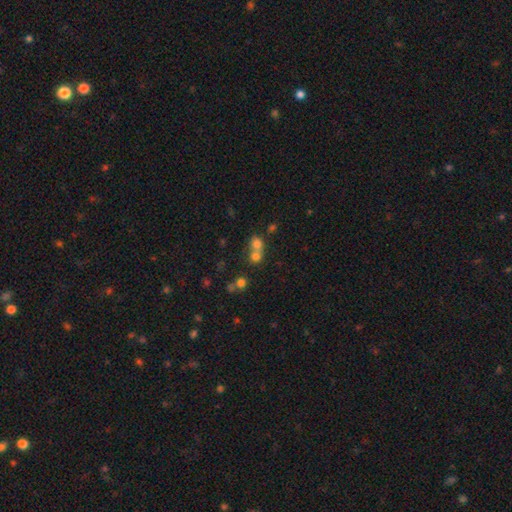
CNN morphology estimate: Smooth or featured? smooth (70%)
How rounded? round (80%)
Merging? merger (57%)